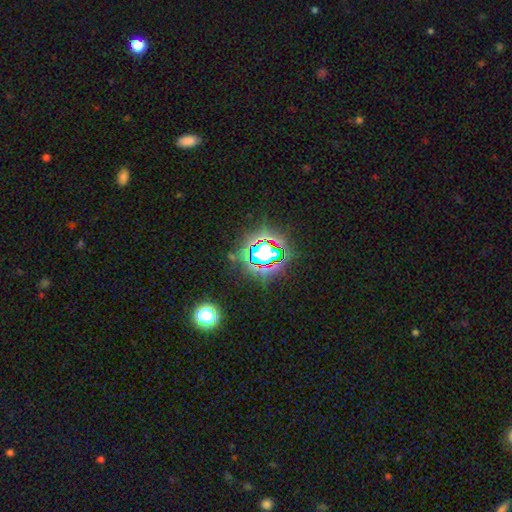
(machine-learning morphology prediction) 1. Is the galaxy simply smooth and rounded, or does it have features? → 77% star or artifact, 14% smooth, 9% featured or disk.